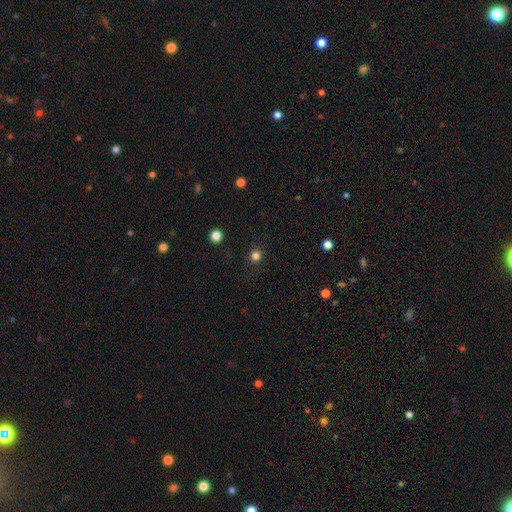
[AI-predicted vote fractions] Morphology: type=smooth (80%); roundness=round (92%); merging=none (88%).